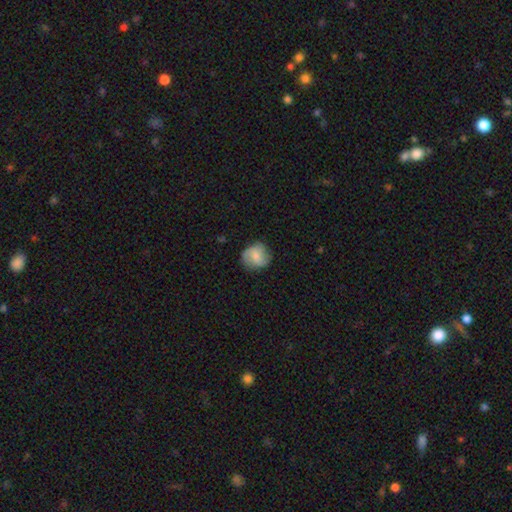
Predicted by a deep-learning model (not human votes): This appears to be a smooth galaxy with no disk features (61%) that is round (77%). Merging: none (73%).